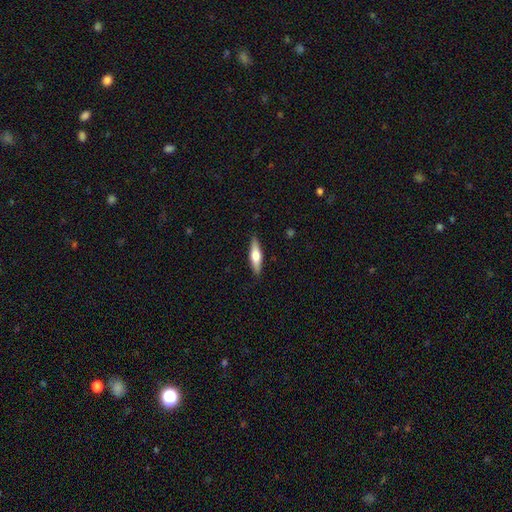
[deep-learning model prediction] A smooth galaxy with no disk features (49%).

Vote fractions:
- Smooth or featured? smooth: 49% / featured or disk: 45% / star or artifact: 5%
- Merging? none: 88% / minor disturbance: 9% / major disturbance: 2% / merger: 1%